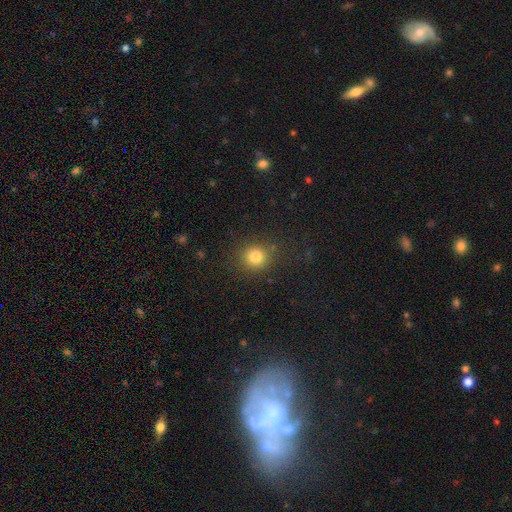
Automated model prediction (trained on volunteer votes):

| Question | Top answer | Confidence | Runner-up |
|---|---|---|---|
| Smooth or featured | smooth | 81% | star or artifact (13%) |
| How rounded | round | 88% | in between (11%) |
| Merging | none | 86% | minor disturbance (9%) |